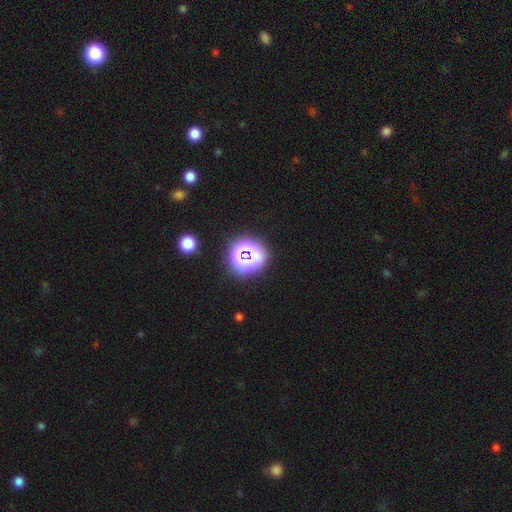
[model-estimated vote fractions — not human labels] This is likely a star or artifact rather than a galaxy (66%).